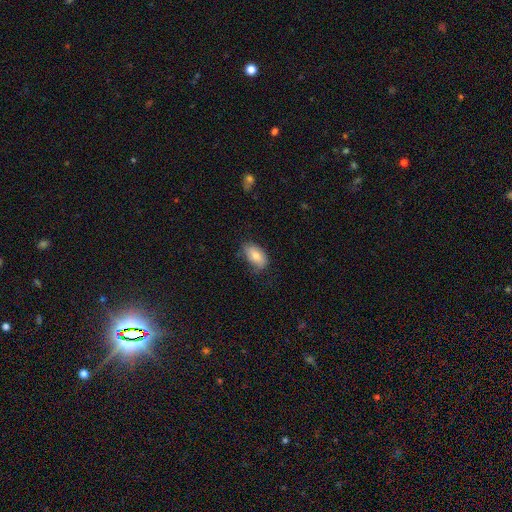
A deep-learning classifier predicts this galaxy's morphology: smooth-or-featured: smooth: 78% | featured or disk: 15% | star or artifact: 7%
  how-rounded: in between: 92% | round: 6% | cigar-shaped: 2%
  merging: none: 68% | minor disturbance: 25% | major disturbance: 5% | merger: 1%